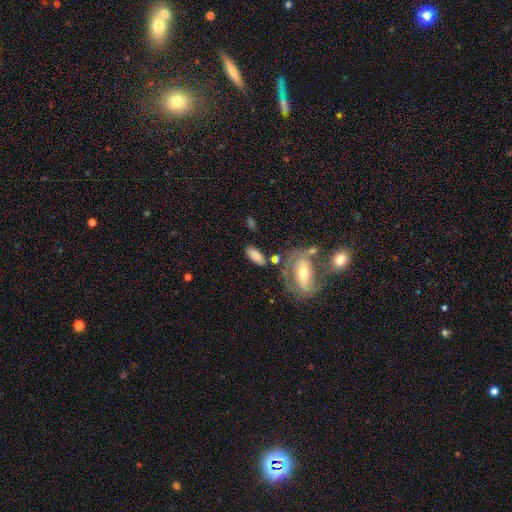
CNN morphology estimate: Smooth or featured? Predicted: smooth (p=0.77). How rounded? Predicted: in between (p=0.76). Merging? Predicted: none (p=0.66).